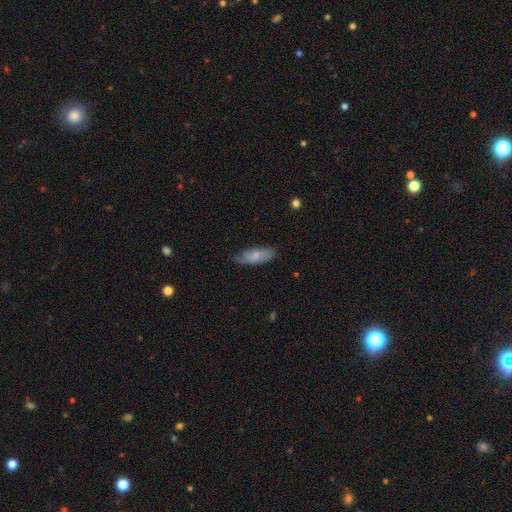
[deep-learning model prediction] The model was most divided on "smooth or featured": smooth: 57%, featured or disk: 37%, star or artifact: 6%. More confident: how rounded — in between (73%); merging — none (61%).